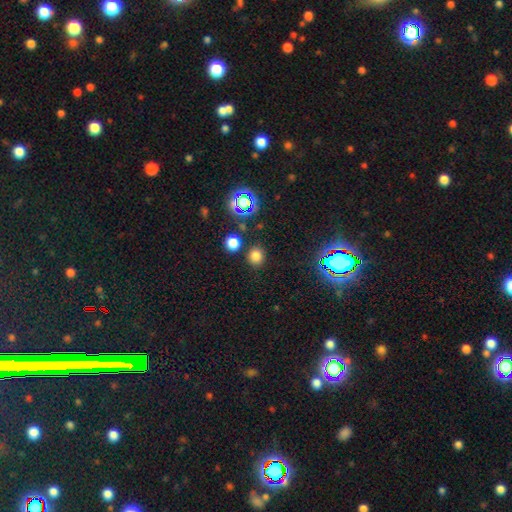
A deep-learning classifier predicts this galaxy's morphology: Q: Smooth or featured?
A: smooth (74%); runner-up: star or artifact (21%)
Q: How rounded?
A: round (81%); runner-up: in between (18%)
Q: Merging?
A: none (84%); runner-up: minor disturbance (8%)